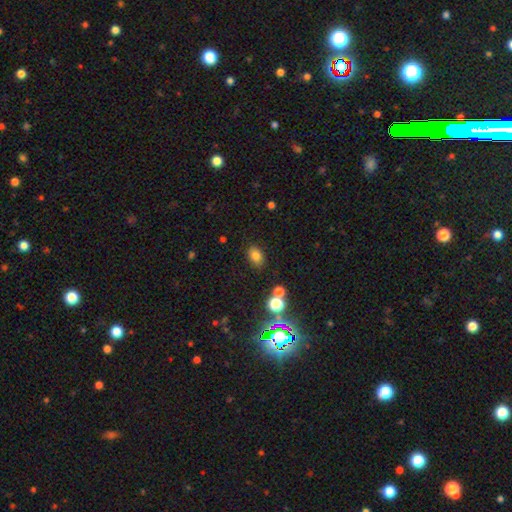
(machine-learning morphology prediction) smooth_or_featured: smooth (p=0.76) [alt: star or artifact p=0.16]
how_rounded: in between (p=0.72) [alt: round p=0.27]
merging: none (p=0.85) [alt: minor disturbance p=0.09]